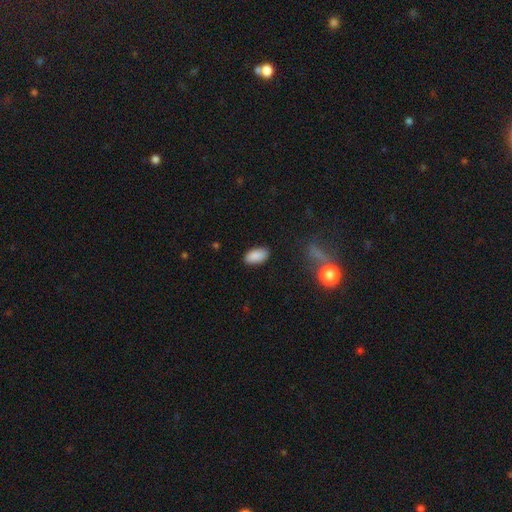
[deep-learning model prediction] smooth 88%, star or artifact 8%, featured or disk 4%. Down the decision tree: how rounded — in between (94%); merging — none (85%).